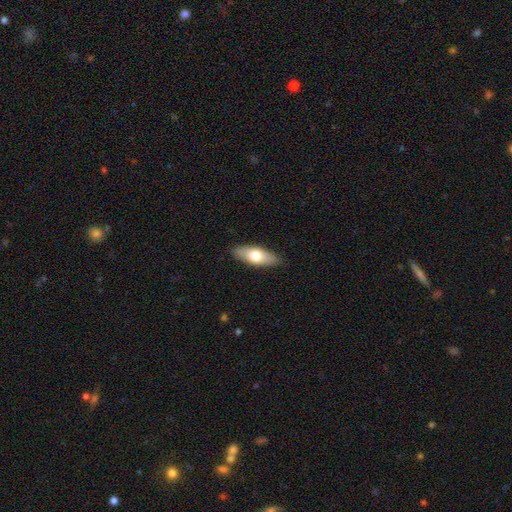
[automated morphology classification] Overall: smooth (68%). How rounded: in between (76%). Merging: none (87%).